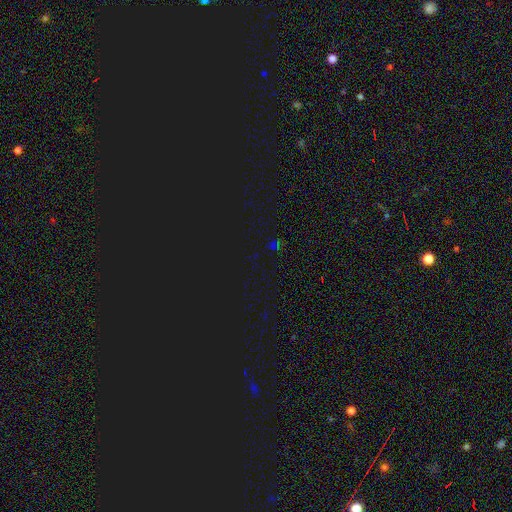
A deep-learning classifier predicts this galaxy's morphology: This appears to be a star or artifact, not a galaxy (78%).